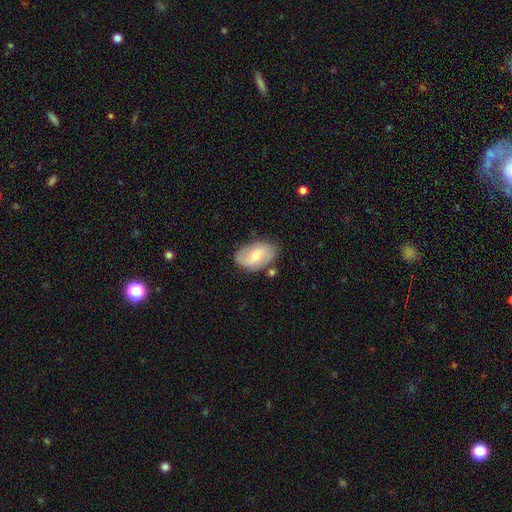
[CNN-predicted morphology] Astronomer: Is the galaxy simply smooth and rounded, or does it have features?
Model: featured or disk — 49% (runner-up: smooth, 44%).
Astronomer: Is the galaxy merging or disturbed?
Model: none — 73%.